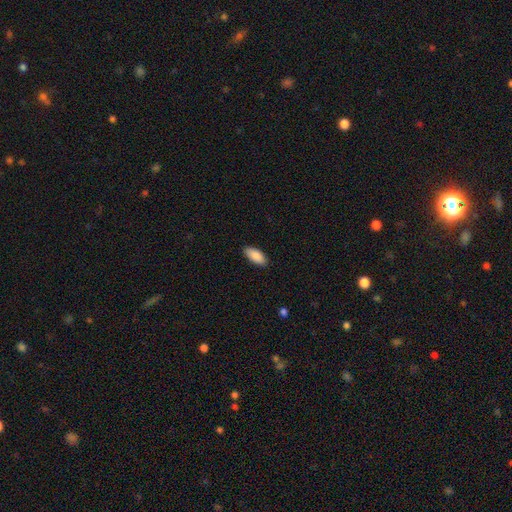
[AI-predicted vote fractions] This appears to be a smooth galaxy with no disk features (89%) that is in between round and cigar-shaped (89%). Merging: none (88%).